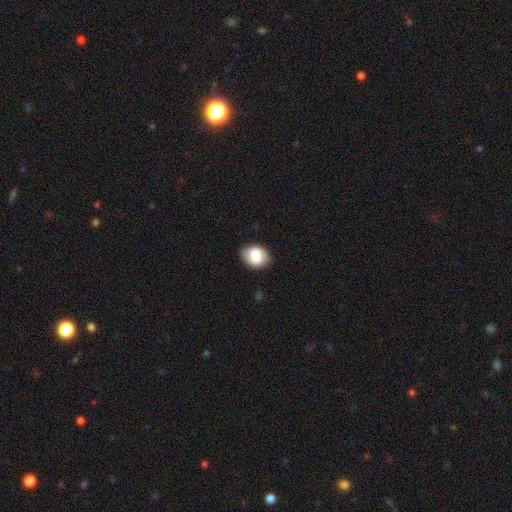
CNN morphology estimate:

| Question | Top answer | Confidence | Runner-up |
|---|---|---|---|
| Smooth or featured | smooth | 78% | featured or disk (15%) |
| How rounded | in between | 70% | round (29%) |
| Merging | none | 82% | minor disturbance (14%) |